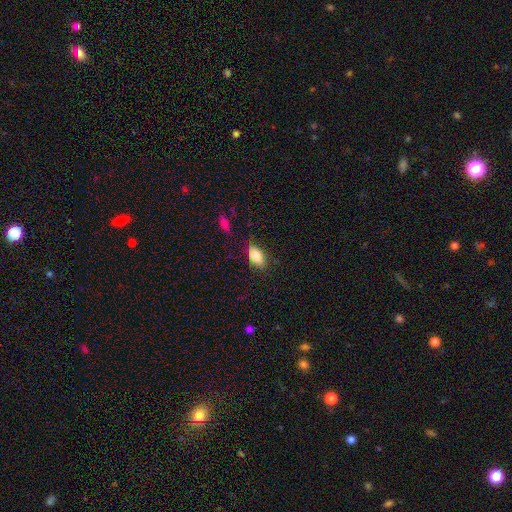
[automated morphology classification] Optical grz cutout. It shows a smooth galaxy with no disk features (82%) that is in between round and cigar-shaped (91%). Merging: none (81%).